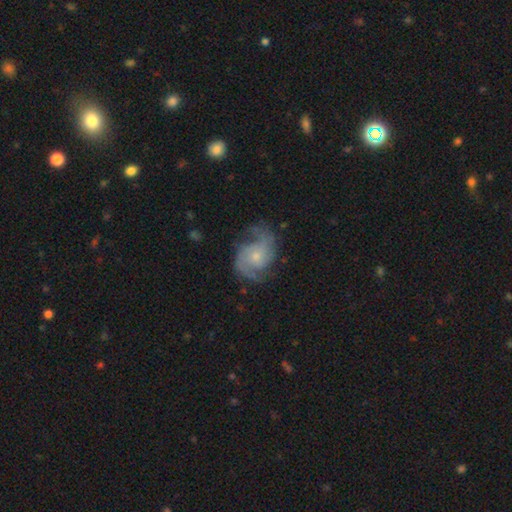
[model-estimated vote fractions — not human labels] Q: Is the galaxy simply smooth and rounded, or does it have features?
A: featured or disk — 84%.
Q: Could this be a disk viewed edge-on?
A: no — 98%.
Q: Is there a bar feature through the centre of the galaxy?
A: no — 68%.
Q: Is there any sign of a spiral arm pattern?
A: yes — 96%.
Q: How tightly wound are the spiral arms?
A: medium — 50%.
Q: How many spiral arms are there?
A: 2 — 83%.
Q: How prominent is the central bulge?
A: small — 57%.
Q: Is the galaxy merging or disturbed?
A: none — 66%.